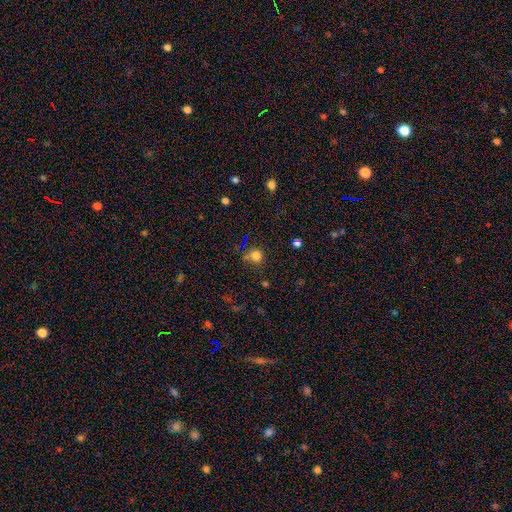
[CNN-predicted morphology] type=smooth (72%); roundness=round (87%); merging=none (70%).